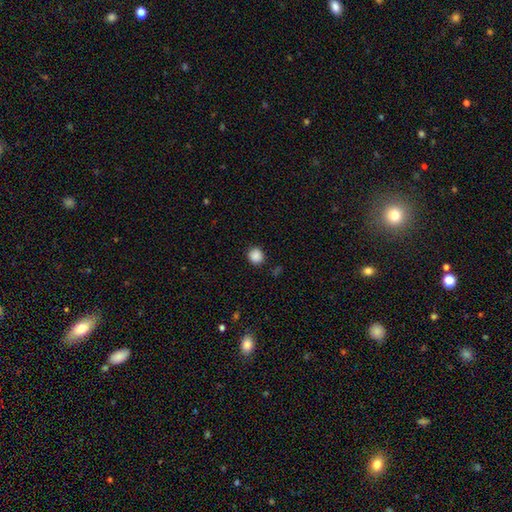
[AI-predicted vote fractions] A smooth galaxy with no disk features (87%) that is round (88%). Merging: none (89%).